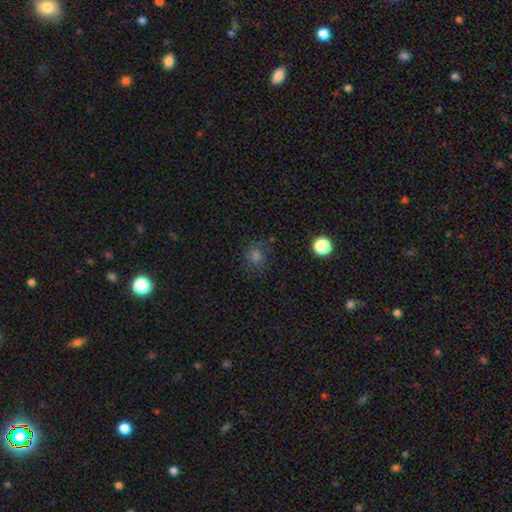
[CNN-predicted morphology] smooth 64%, star or artifact 26%, featured or disk 10%. Down the decision tree: how rounded — round (81%); merging — none (76%).